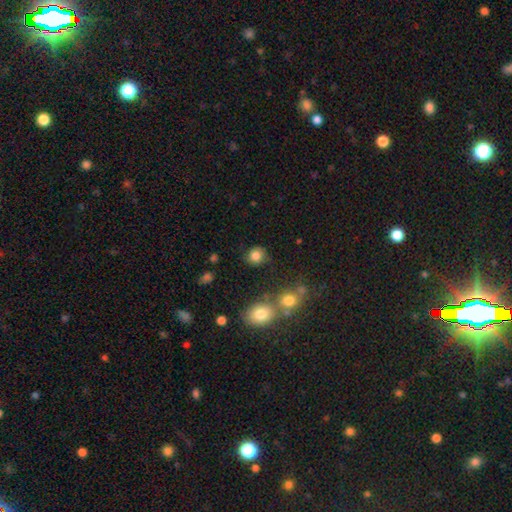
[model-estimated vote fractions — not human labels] This is clearly a smooth galaxy (81%). How rounded: clearly round (82%). Merging: likely none (75%).